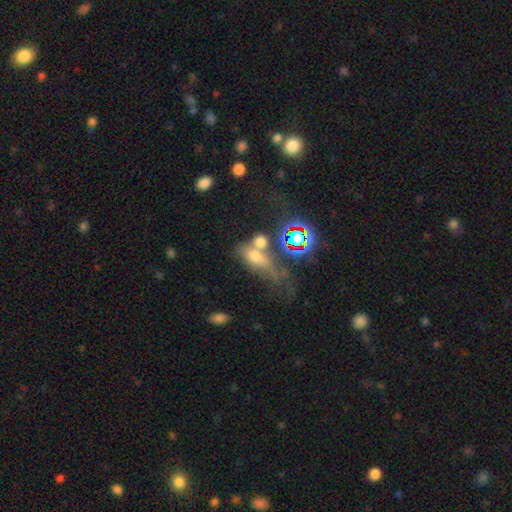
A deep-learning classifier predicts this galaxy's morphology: smooth 53%, star or artifact 26%, featured or disk 21%. Down the decision tree: how rounded — in between (66%); merging — merger (39%).